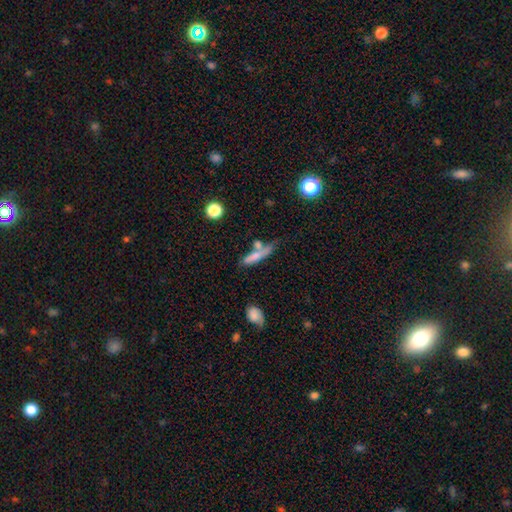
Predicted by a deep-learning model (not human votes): The model was most divided on "merging": none: 39%, merger: 33%, minor disturbance: 18%, major disturbance: 10%. More confident: how rounded — cigar-shaped (74%); smooth or featured — smooth (66%).